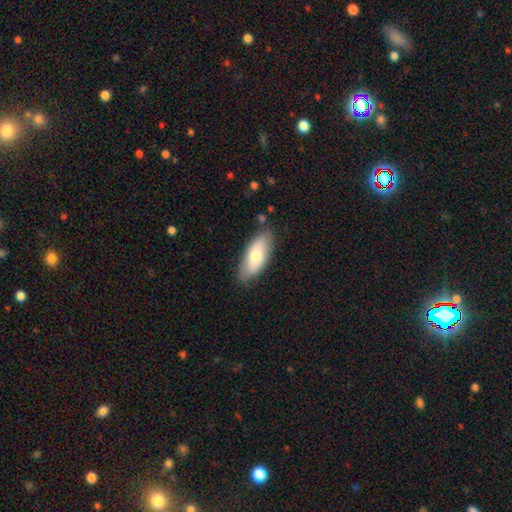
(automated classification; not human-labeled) Q: Smooth or featured?
A: smooth (67%); runner-up: featured or disk (27%)
Q: How rounded?
A: in between (83%); runner-up: cigar-shaped (14%)
Q: Merging?
A: none (81%); runner-up: minor disturbance (14%)